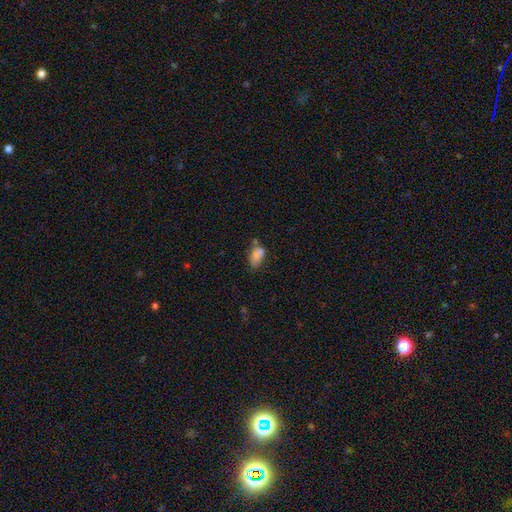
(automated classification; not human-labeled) Smooth or featured?
  - smooth: 77% *
  - featured or disk: 12%
  - star or artifact: 11%
How rounded?
  - in between: 89% *
  - round: 8%
  - cigar-shaped: 4%
Merging?
  - none: 43% *
  - minor disturbance: 25%
  - merger: 22%
  - major disturbance: 10%